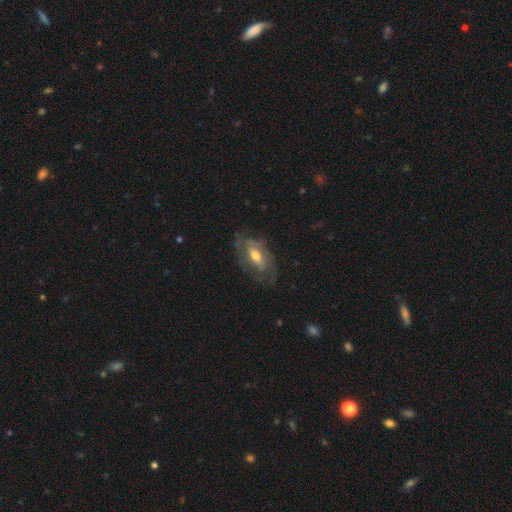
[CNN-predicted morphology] Smooth or featured: featured or disk — 65% (smooth — 28%)
Edge-on disk: no — 89% (yes — 11%)
Bar: no — 47% (weak — 36%)
Spiral arms: yes — 67% (no — 33%)
Bulge size: moderate — 68% (small — 18%)
Merging: none — 65% (minor disturbance — 22%)